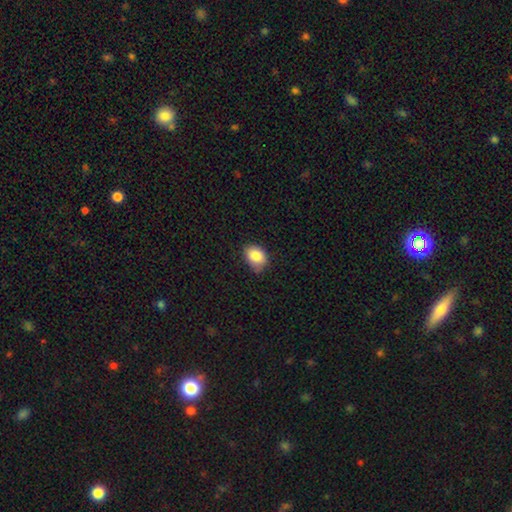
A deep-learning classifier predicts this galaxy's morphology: Overall: smooth (84%). How rounded: in between (68%; round 31%). Merging: none (66%; minor disturbance 28%).